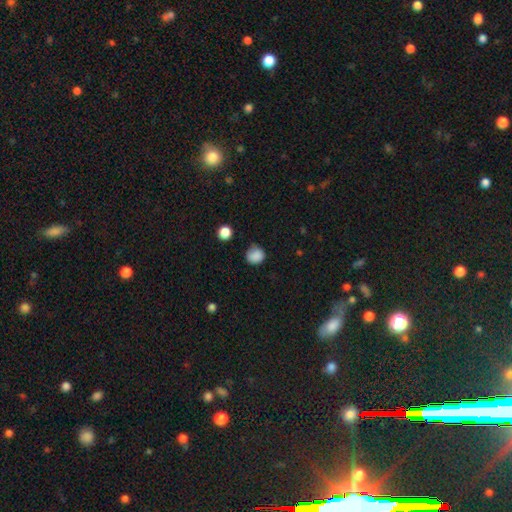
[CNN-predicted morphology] A smooth galaxy with no disk features (85%) that is round (81%). Merging: none (69%).